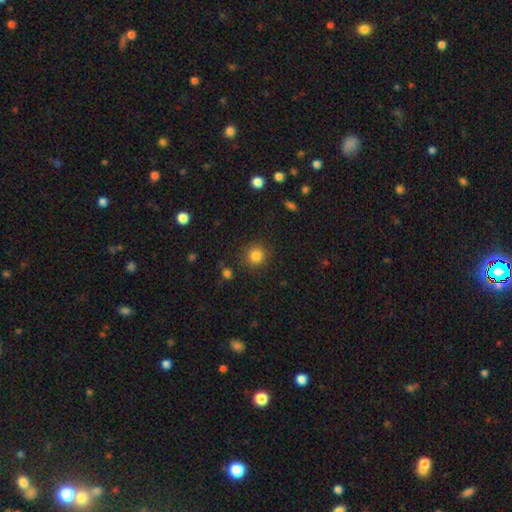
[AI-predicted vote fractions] Smooth or featured? Predicted: smooth (p=0.84). How rounded? Predicted: round (p=0.92). Merging? Predicted: none (p=0.87).